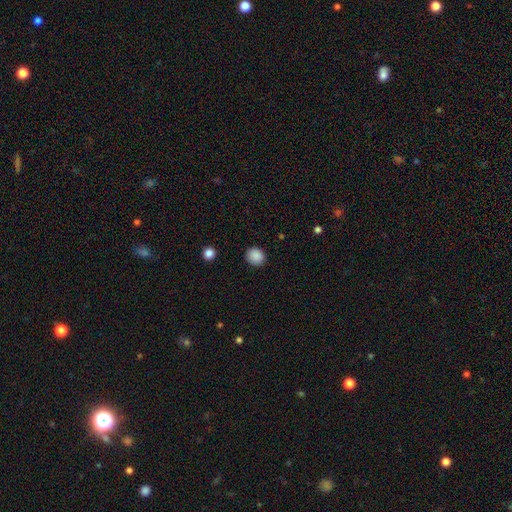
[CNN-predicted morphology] type=smooth (88%); roundness=round (75%); merging=none (89%).